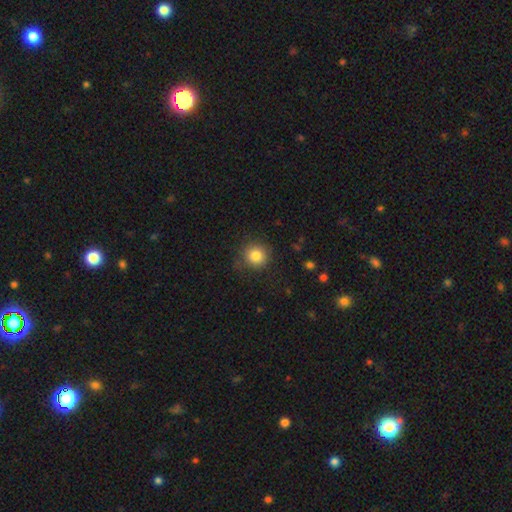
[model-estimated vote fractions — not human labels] Q: Smooth or featured?
A: smooth (84%); runner-up: star or artifact (10%)
Q: How rounded?
A: round (92%); runner-up: in between (7%)
Q: Merging?
A: none (84%); runner-up: minor disturbance (11%)